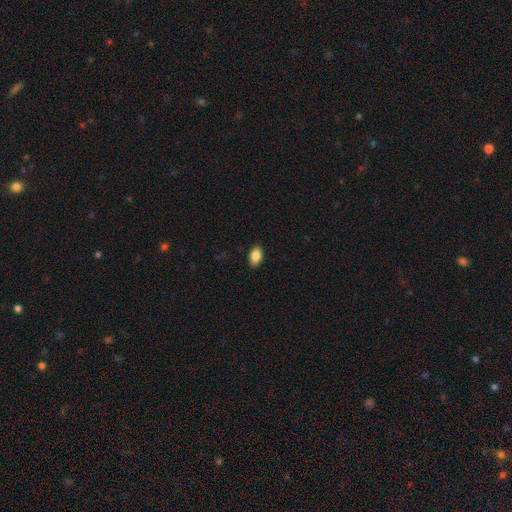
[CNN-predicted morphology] type=smooth (86%); roundness=in between (91%); merging=none (89%).